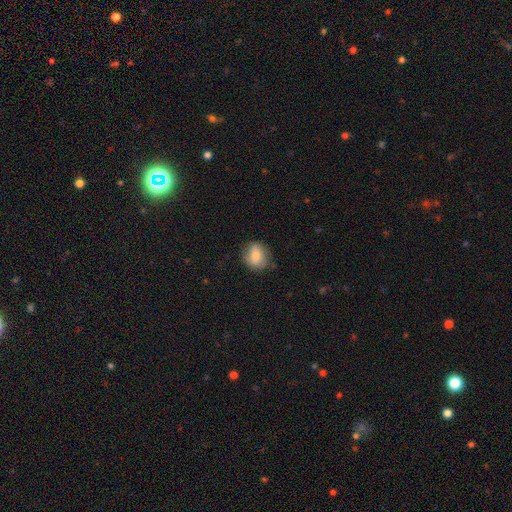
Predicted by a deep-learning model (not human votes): This is likely a smooth galaxy (77%). How rounded: likely round (66%). Merging: likely none (76%).